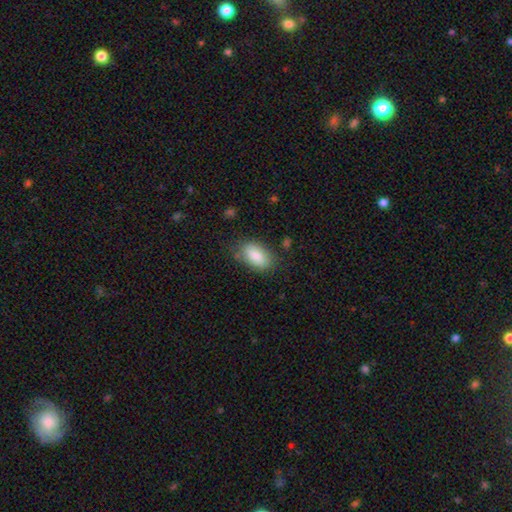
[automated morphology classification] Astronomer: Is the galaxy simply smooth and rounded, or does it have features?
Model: smooth — 86%.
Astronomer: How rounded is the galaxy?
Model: in between — 92%.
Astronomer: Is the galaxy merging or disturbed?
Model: none — 74%.